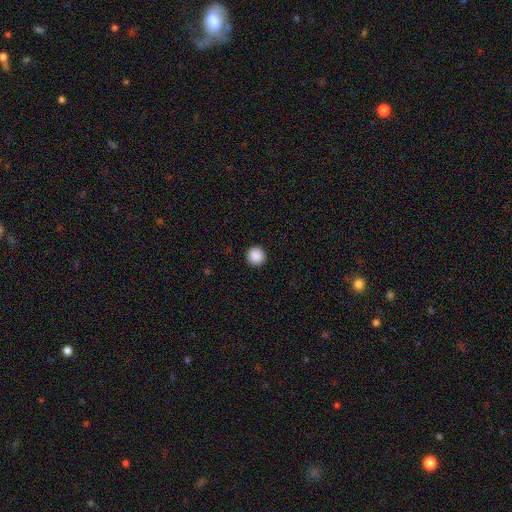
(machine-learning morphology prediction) A smooth galaxy with no disk features (89%) that is round (95%). Merging: none (93%).